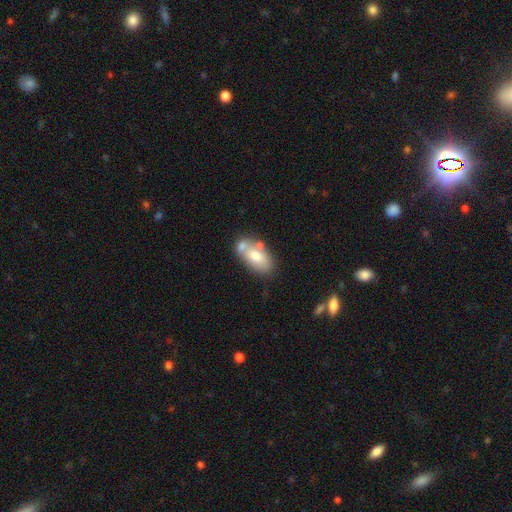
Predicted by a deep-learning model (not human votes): Smooth or featured? Predicted: smooth (p=0.67). How rounded? Predicted: in between (p=0.92). Merging? Predicted: none (p=0.50).